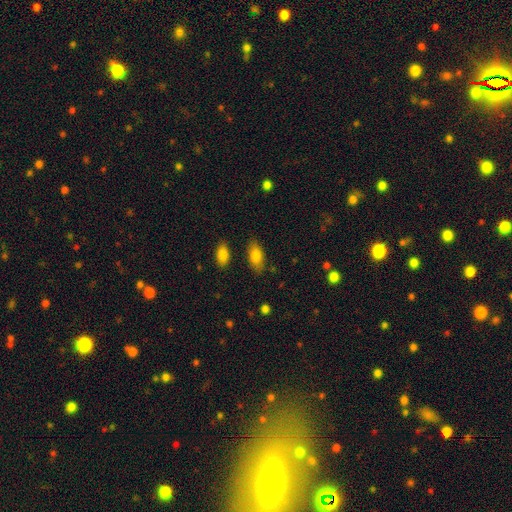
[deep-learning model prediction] Q: Smooth or featured?
A: smooth (83%); runner-up: featured or disk (10%)
Q: How rounded?
A: in between (89%); runner-up: cigar-shaped (7%)
Q: Merging?
A: none (81%); runner-up: minor disturbance (13%)